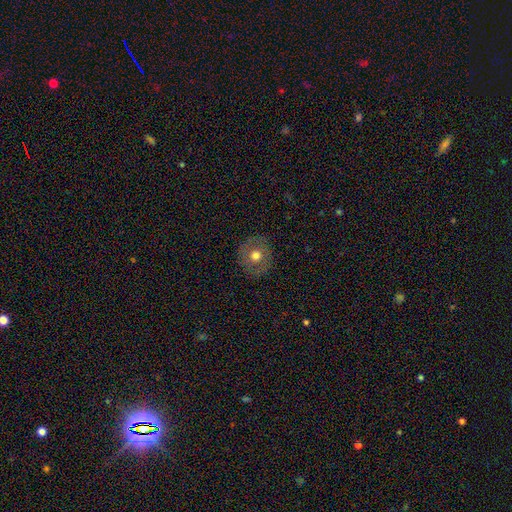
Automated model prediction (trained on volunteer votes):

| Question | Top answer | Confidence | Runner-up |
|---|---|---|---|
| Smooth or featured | smooth | 60% | featured or disk (30%) |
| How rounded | round | 85% | in between (14%) |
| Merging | none | 86% | minor disturbance (10%) |